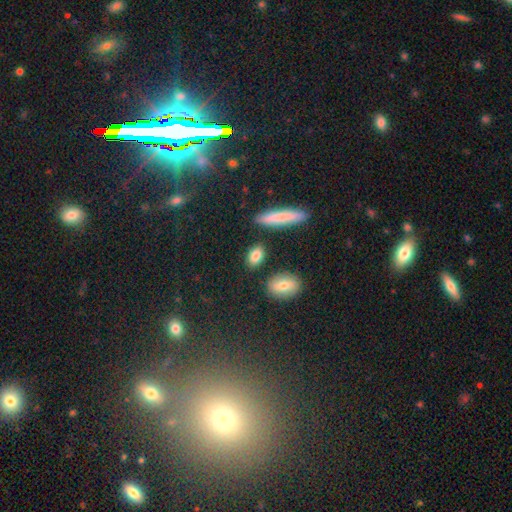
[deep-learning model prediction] A smooth galaxy with no disk features (84%) that is in between round and cigar-shaped (81%).

Vote fractions:
- Smooth or featured? smooth: 84% / star or artifact: 8% / featured or disk: 8%
- How rounded? in between: 81% / round: 11% / cigar-shaped: 8%
- Merging? none: 85% / minor disturbance: 9% / merger: 4% / major disturbance: 3%